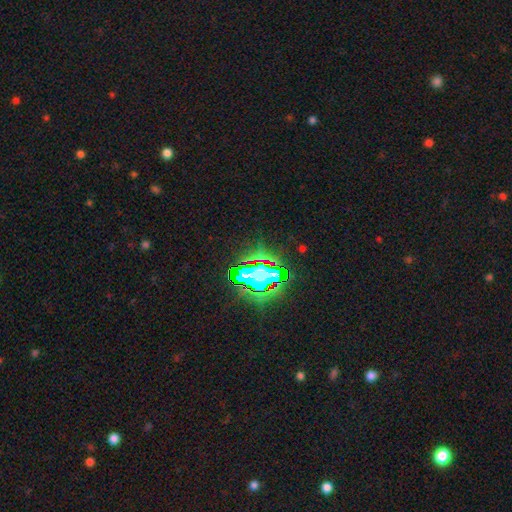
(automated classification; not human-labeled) This appears to be a star or artifact, not a galaxy (83%).